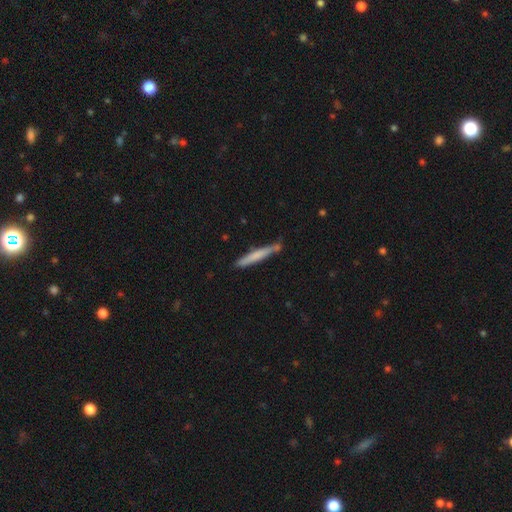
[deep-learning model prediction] A smooth galaxy with no disk features (65%) that is cigar-shaped (96%).

Vote fractions:
- Smooth or featured? smooth: 65% / featured or disk: 29% / star or artifact: 5%
- How rounded? cigar-shaped: 96% / in between: 3% / round: 1%
- Merging? none: 74% / minor disturbance: 16% / merger: 7% / major disturbance: 3%